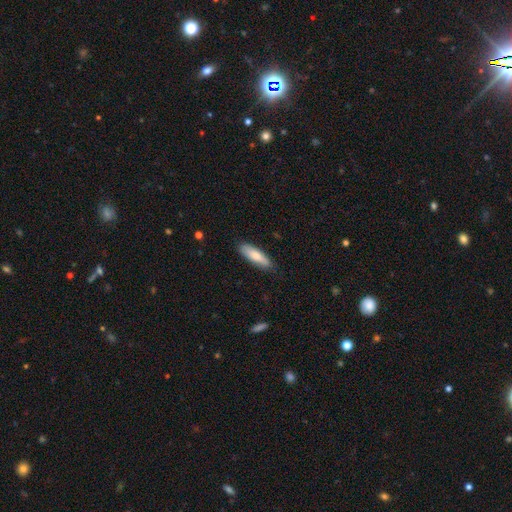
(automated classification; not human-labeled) smooth 78%, featured or disk 16%, star or artifact 6%. Down the decision tree: how rounded — cigar-shaped (55%); merging — none (82%).